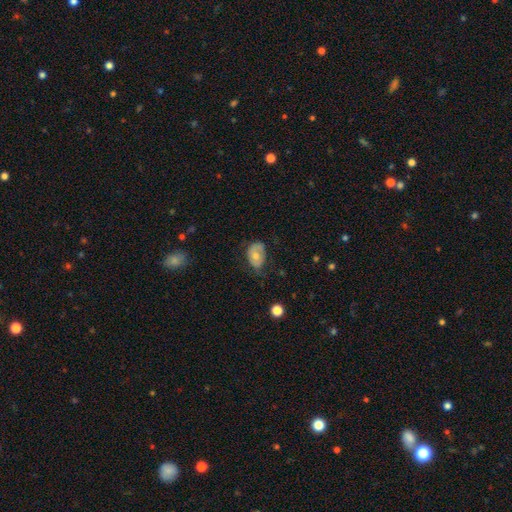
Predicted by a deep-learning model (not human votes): smooth-or-featured: smooth: 61% | featured or disk: 32% | star or artifact: 8%
  how-rounded: in between: 79% | round: 19% | cigar-shaped: 1%
  merging: none: 45% | minor disturbance: 38% | major disturbance: 15% | merger: 2%